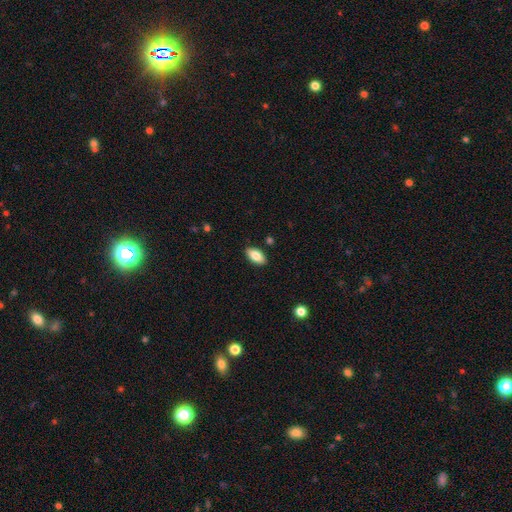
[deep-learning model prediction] Overall: smooth (82%). How rounded: in between (91%). Merging: none (88%).